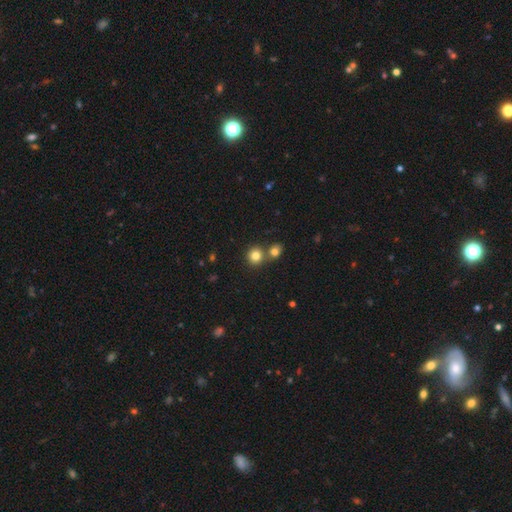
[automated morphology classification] Smooth or featured: smooth — 80% (star or artifact — 12%)
How rounded: round — 86% (in between — 13%)
Merging: none — 60% (merger — 31%)